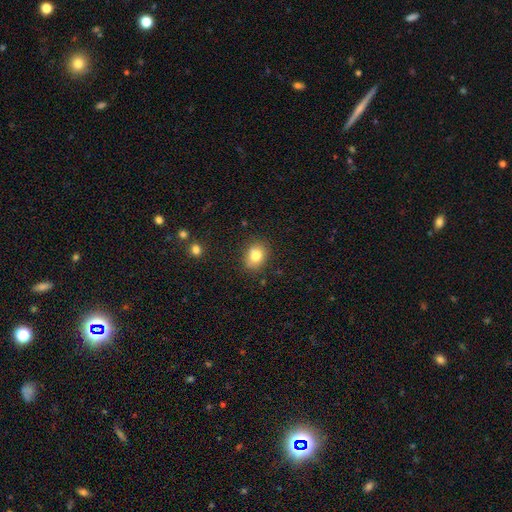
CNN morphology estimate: This appears to be a smooth galaxy with no disk features (80%) that is round (50%). Merging: none (80%).